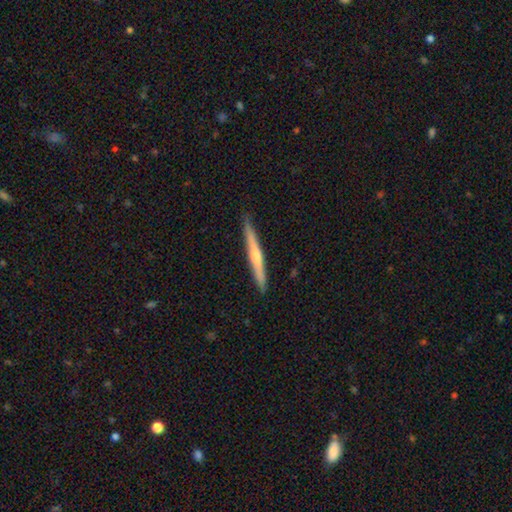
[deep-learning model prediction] Morphology: type=featured or disk (66%); edge-on=yes (97%); edge-on bulge=rounded (75%); merging=none (91%).